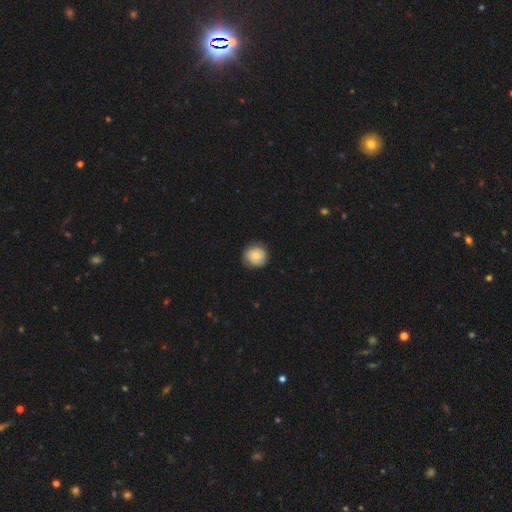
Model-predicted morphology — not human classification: smooth-or-featured: smooth: 71% | featured or disk: 21% | star or artifact: 8%
  how-rounded: round: 92% | in between: 7% | cigar-shaped: 1%
  merging: none: 84% | minor disturbance: 12% | major disturbance: 3% | merger: 1%